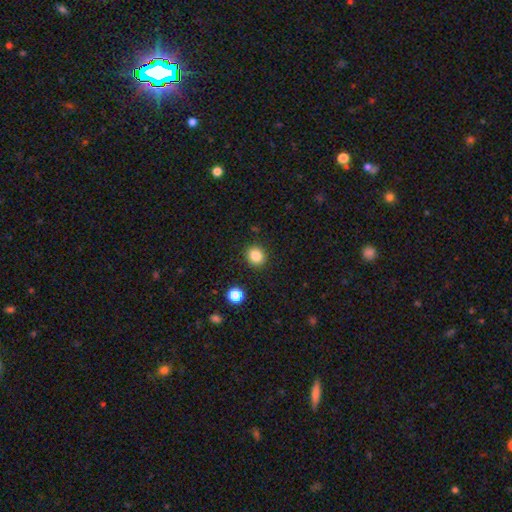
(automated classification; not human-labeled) A smooth galaxy with no disk features (83%) that is round (87%).

Vote fractions:
- Smooth or featured? smooth: 83% / star or artifact: 11% / featured or disk: 5%
- How rounded? round: 87% / in between: 12% / cigar-shaped: 1%
- Merging? none: 91% / minor disturbance: 6% / major disturbance: 2% / merger: 2%